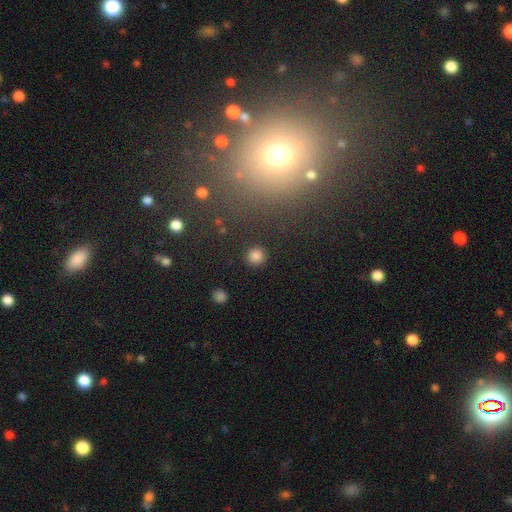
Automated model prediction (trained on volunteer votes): Overall: smooth (83%). How rounded: round (94%). Merging: none (91%).